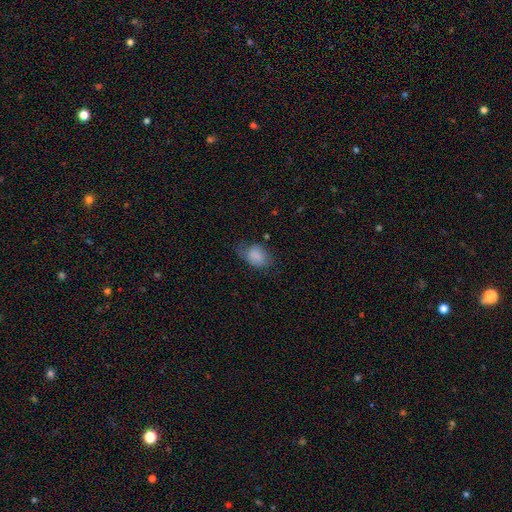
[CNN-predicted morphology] smooth 80%, featured or disk 11%, star or artifact 8%. Down the decision tree: how rounded — in between (69%); merging — none (52%).